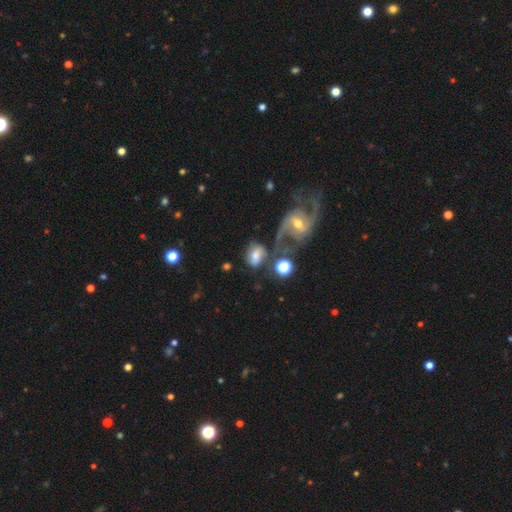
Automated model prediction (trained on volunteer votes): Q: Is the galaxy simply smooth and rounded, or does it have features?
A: smooth — 48%.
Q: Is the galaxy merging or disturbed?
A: none — 39%.